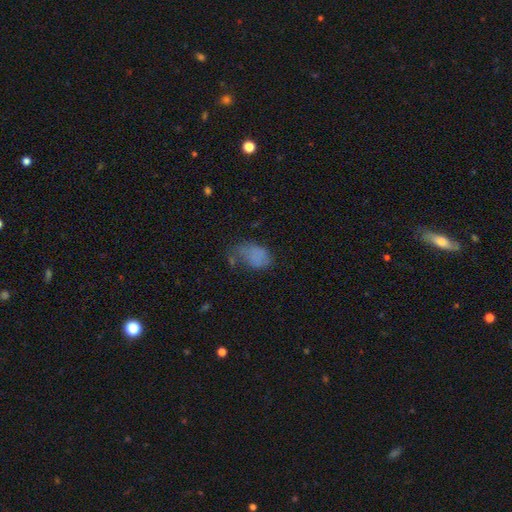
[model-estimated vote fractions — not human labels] Overall: smooth (71%). How rounded: in between (86%). Merging: none (34%; major disturbance 31%).